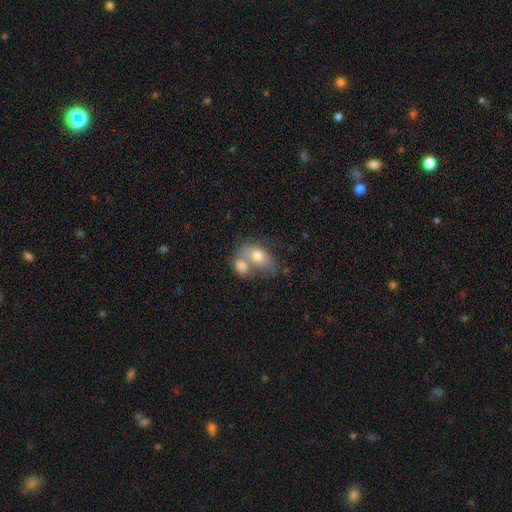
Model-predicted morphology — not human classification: The model was most divided on "merging": merger: 62%, none: 22%, minor disturbance: 10%, major disturbance: 6%. More confident: how rounded — in between (84%); smooth or featured — smooth (71%).